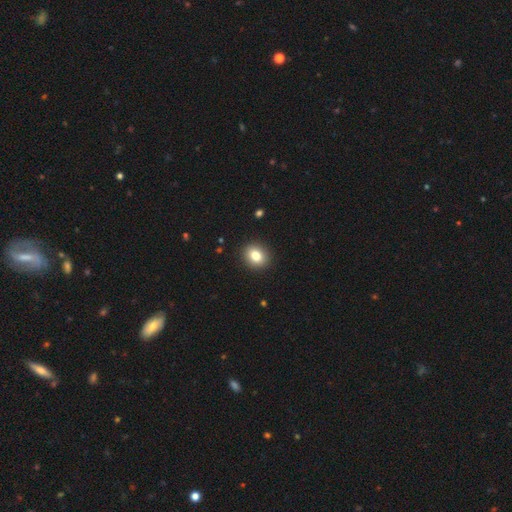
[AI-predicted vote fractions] smooth_or_featured: smooth (p=0.82) [alt: star or artifact p=0.10]
how_rounded: round (p=0.65) [alt: in between p=0.34]
merging: none (p=0.92) [alt: minor disturbance p=0.06]